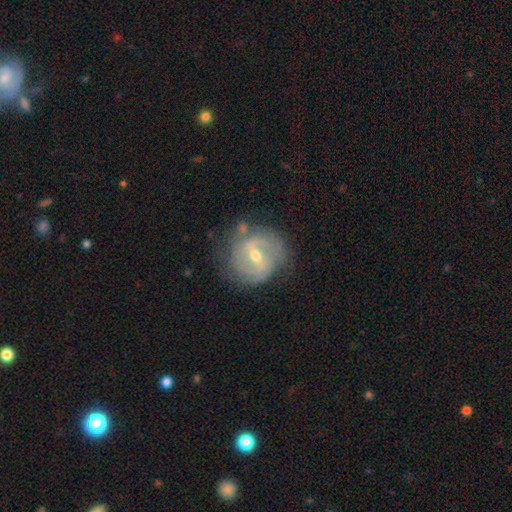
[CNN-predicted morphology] smooth_or_featured: featured or disk (p=0.79) [alt: smooth p=0.15]
disk_edge_on: no (p=0.97) [alt: yes p=0.03]
bar: weak (p=0.53) [alt: strong p=0.30]
has_spiral_arms: yes (p=0.84) [alt: no p=0.16]
spiral_winding: tight (p=0.42) [alt: medium p=0.41]
spiral_arm_count: 2 (p=0.67) [alt: can't tell p=0.19]
bulge_size: moderate (p=0.61) [alt: small p=0.36]
merging: none (p=0.72) [alt: minor disturbance p=0.18]